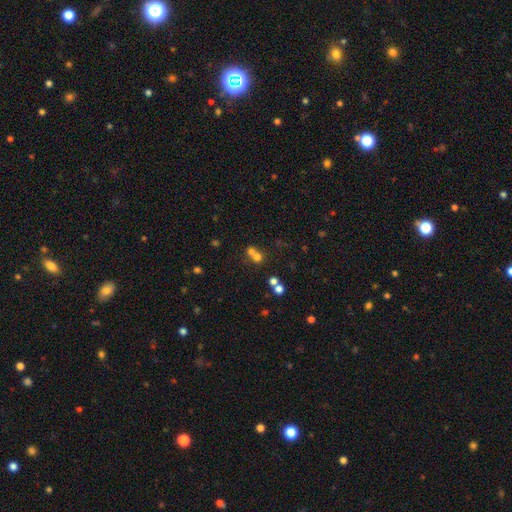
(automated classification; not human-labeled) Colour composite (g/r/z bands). It shows a smooth galaxy with no disk features (64%) that is round (81%). Merging: merger (53%).